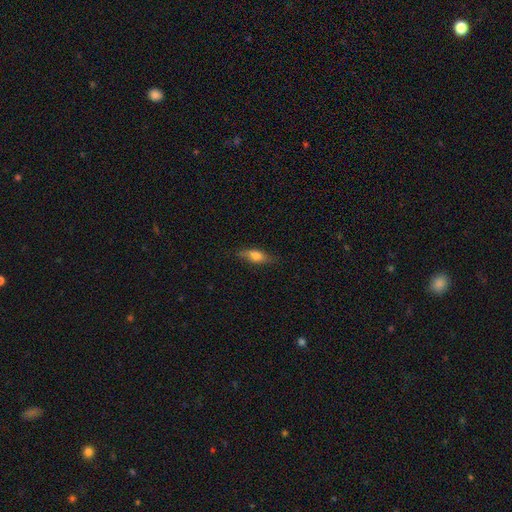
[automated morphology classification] Smooth or featured? Predicted: smooth (p=0.67). How rounded? Predicted: in between (p=0.63). Merging? Predicted: none (p=0.76).